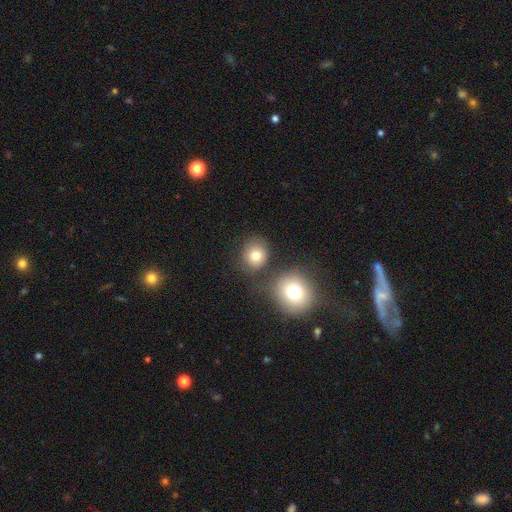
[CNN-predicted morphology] Overall: smooth (79%). How rounded: round (82%). Merging: none (74%).